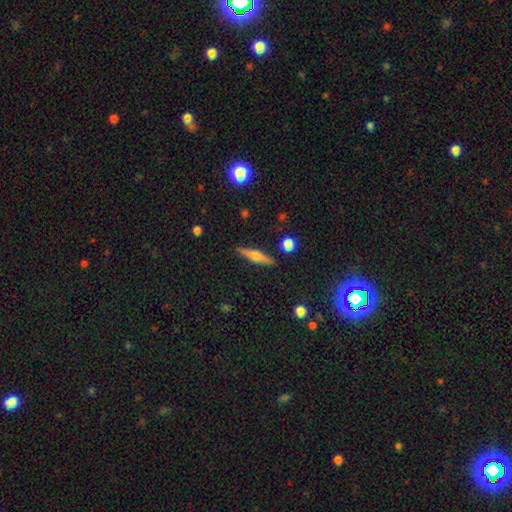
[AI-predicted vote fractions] A featured or disk galaxy (60%) viewed edge-on (97%) with a rounded central bulge (81%). Merging: none (89%).